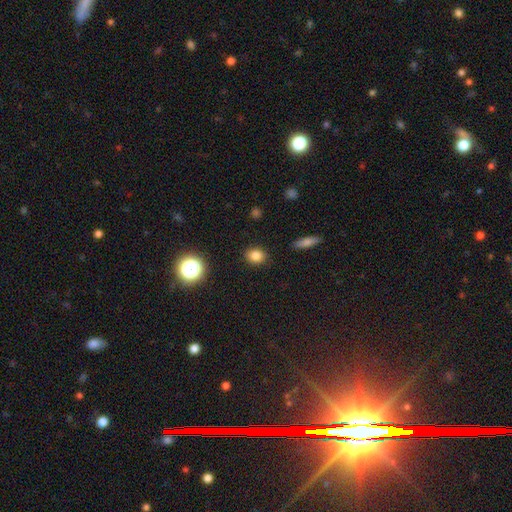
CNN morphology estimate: smooth 82%, star or artifact 13%, featured or disk 5%. Down the decision tree: how rounded — round (57%); merging — none (89%).